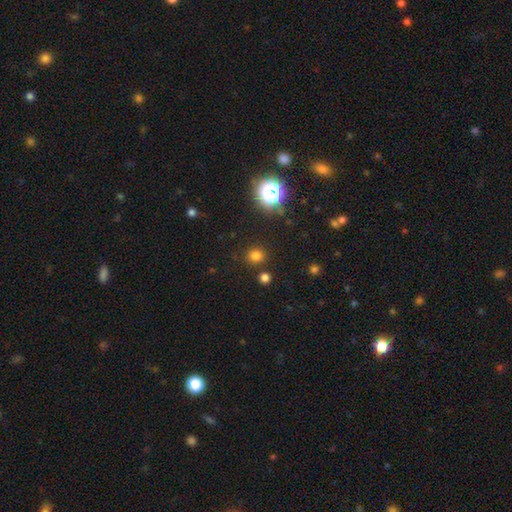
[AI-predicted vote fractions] Smooth or featured?
  - smooth: 75% *
  - star or artifact: 20%
  - featured or disk: 5%
How rounded?
  - round: 87% *
  - in between: 12%
  - cigar-shaped: 1%
Merging?
  - none: 86% *
  - minor disturbance: 7%
  - merger: 4%
  - major disturbance: 3%